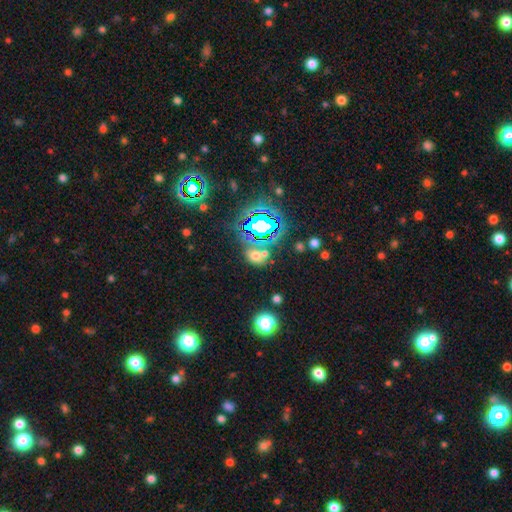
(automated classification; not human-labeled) smooth 49%, star or artifact 41%, featured or disk 10%. Down the decision tree: merging — none (60%).